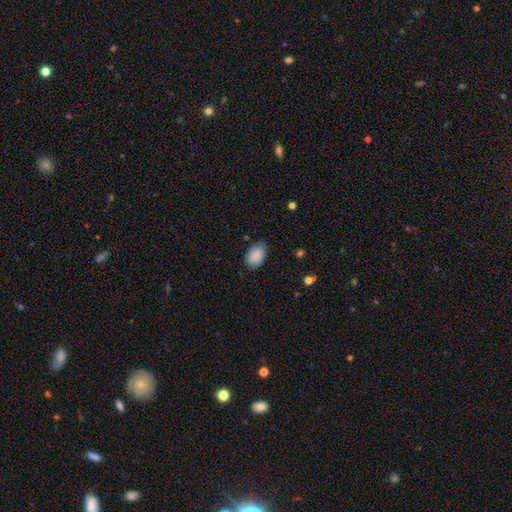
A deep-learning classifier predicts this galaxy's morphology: Smooth or featured? smooth (89%)
How rounded? in between (90%)
Merging? none (79%)